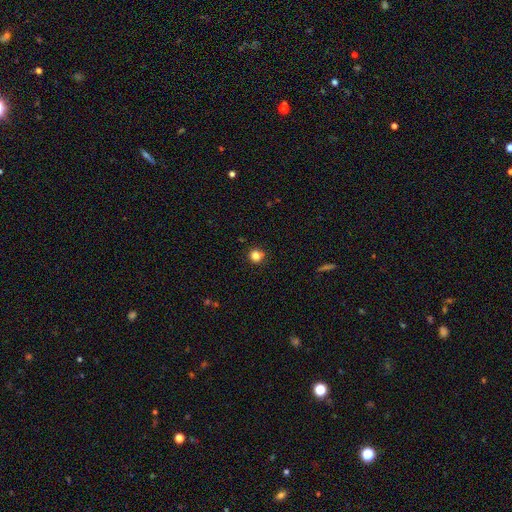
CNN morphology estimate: smooth_or_featured: smooth (p=0.84) [alt: star or artifact p=0.12]
how_rounded: round (p=0.93) [alt: in between p=0.06]
merging: none (p=0.90) [alt: minor disturbance p=0.07]